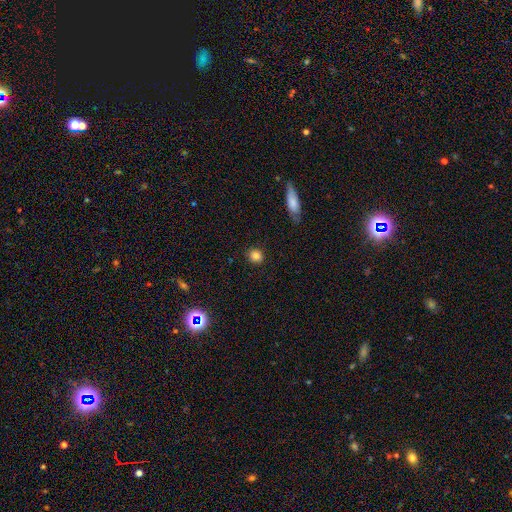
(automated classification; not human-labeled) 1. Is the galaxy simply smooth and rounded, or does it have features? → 85% smooth, 10% star or artifact, 5% featured or disk.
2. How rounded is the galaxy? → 84% round, 14% in between, 1% cigar-shaped.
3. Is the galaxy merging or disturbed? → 89% none, 8% minor disturbance, 2% major disturbance, 1% merger.